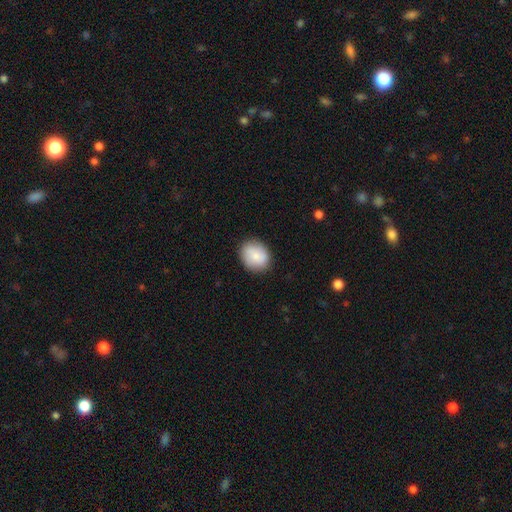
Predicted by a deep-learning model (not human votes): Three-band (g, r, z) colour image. It shows a smooth galaxy with no disk features (83%) that is round (62%). Merging: none (86%).